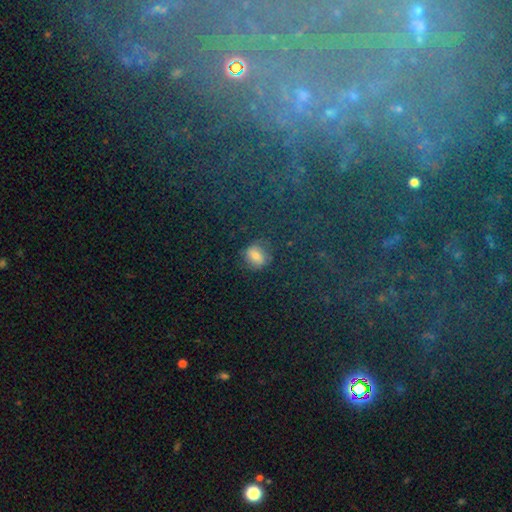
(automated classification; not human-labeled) Morphology: type=smooth (56%); roundness=round (56%); merging=none (71%).